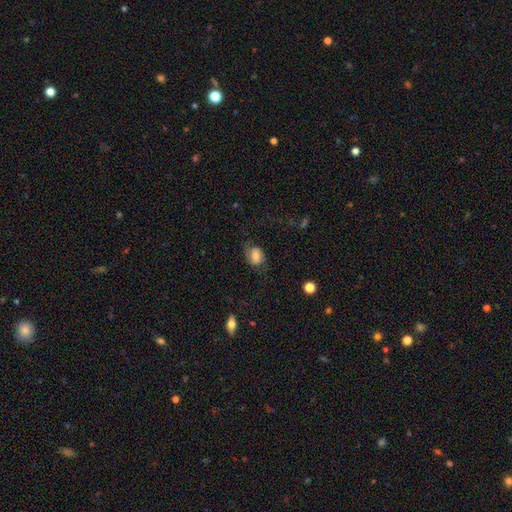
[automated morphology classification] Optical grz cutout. It shows a smooth galaxy with no disk features (56%) that is in between round and cigar-shaped (60%). Merging: none (63%).